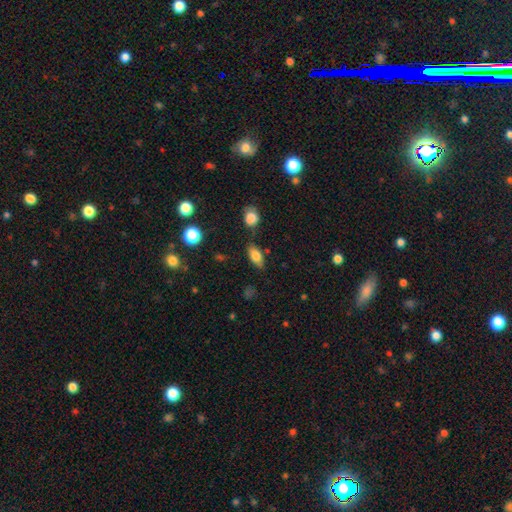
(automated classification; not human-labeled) smooth_or_featured: smooth (p=0.79) [alt: featured or disk p=0.13]
how_rounded: in between (p=0.86) [alt: cigar-shaped p=0.08]
merging: none (p=0.76) [alt: minor disturbance p=0.15]